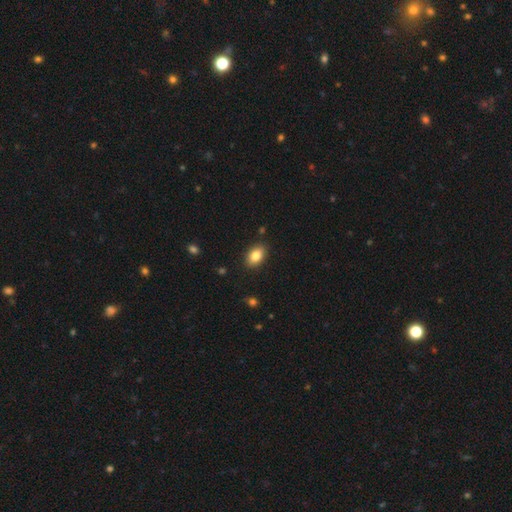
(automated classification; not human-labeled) This is clearly a smooth galaxy (84%). How rounded: clearly in between (88%). Merging: clearly none (88%).